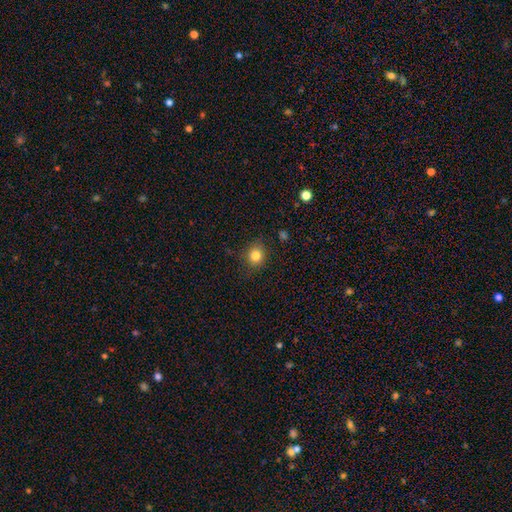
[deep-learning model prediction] Smooth or featured? smooth (82%)
How rounded? round (80%)
Merging? none (85%)